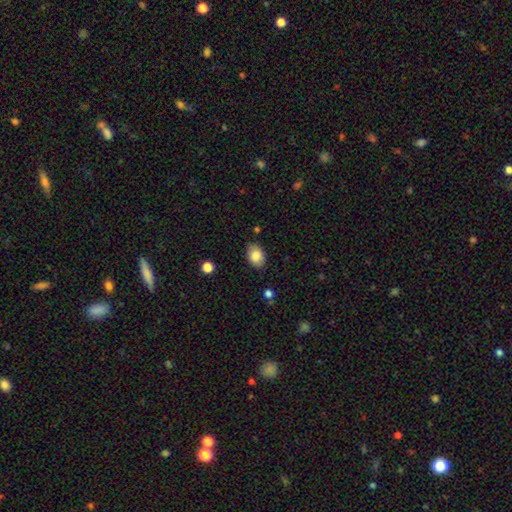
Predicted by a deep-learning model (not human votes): Q: Smooth or featured?
A: smooth (85%); runner-up: star or artifact (8%)
Q: How rounded?
A: in between (81%); runner-up: round (18%)
Q: Merging?
A: none (84%); runner-up: minor disturbance (12%)